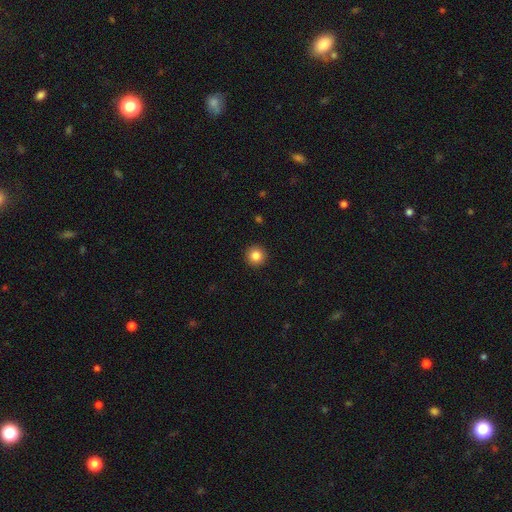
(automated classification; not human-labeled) Morphology: type=smooth (84%); roundness=round (96%); merging=none (93%).